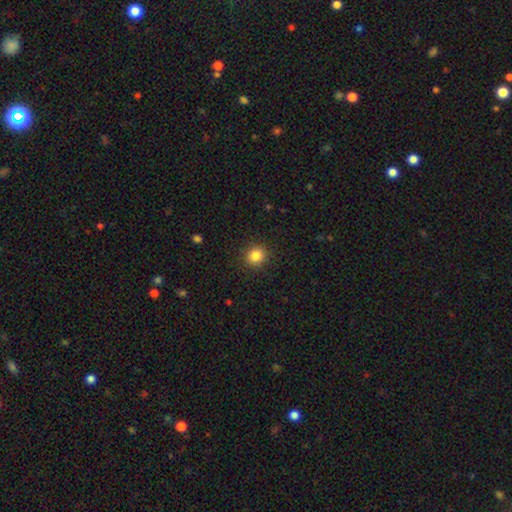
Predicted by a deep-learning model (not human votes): smooth-or-featured: smooth: 84% | star or artifact: 11% | featured or disk: 5%
  how-rounded: round: 85% | in between: 14% | cigar-shaped: 1%
  merging: none: 91% | minor disturbance: 6% | major disturbance: 2% | merger: 1%